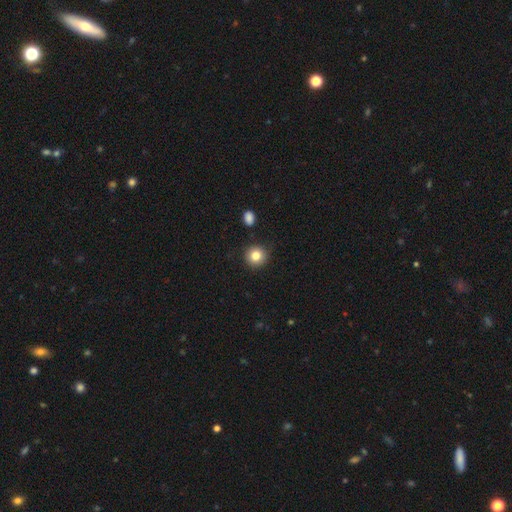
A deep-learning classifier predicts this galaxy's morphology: This is clearly a smooth galaxy (82%). How rounded: clearly round (93%). Merging: clearly none (89%).